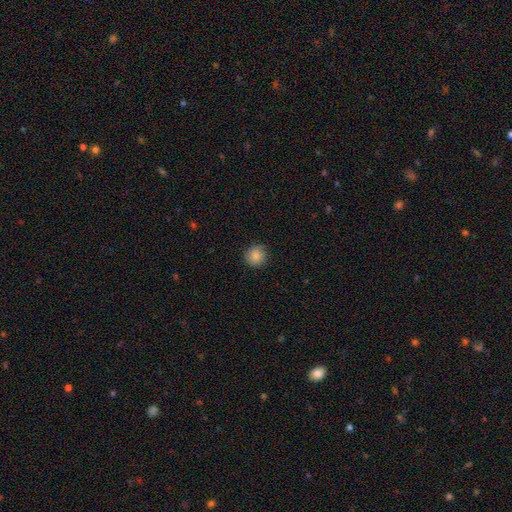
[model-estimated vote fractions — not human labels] This appears to be a smooth galaxy with no disk features (85%) that is round (91%). Merging: none (87%).